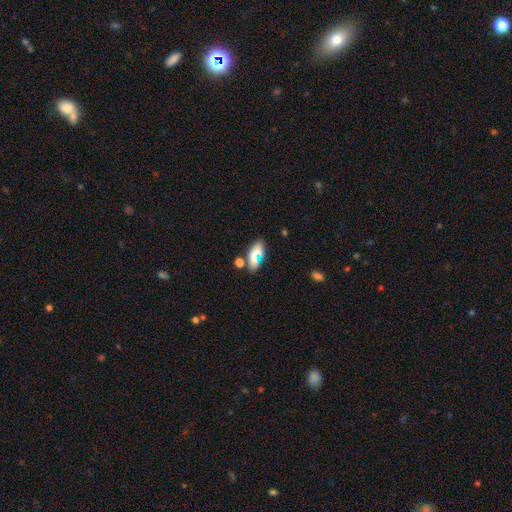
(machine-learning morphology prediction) A smooth galaxy with no disk features (71%) that is in between round and cigar-shaped (79%). Merging: none (67%).